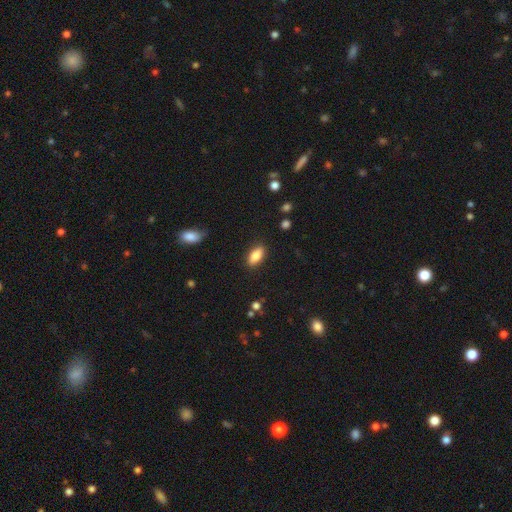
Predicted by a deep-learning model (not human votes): A smooth galaxy with no disk features (83%) that is in between round and cigar-shaped (86%). Merging: none (87%).